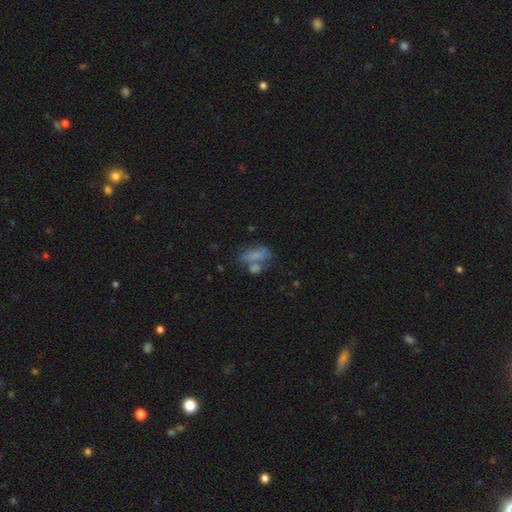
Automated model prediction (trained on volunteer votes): This is likely a smooth galaxy (62%). How rounded: clearly in between (80%). Merging: marginally merger (39%).